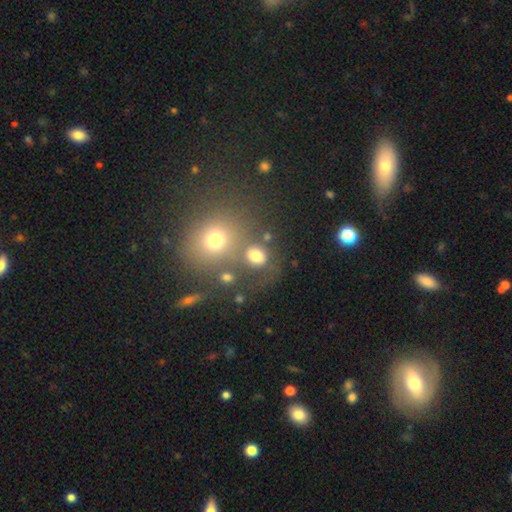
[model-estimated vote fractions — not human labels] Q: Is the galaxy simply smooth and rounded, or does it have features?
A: smooth — 74%.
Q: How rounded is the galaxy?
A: round — 68%.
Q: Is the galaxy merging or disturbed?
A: none — 50%.